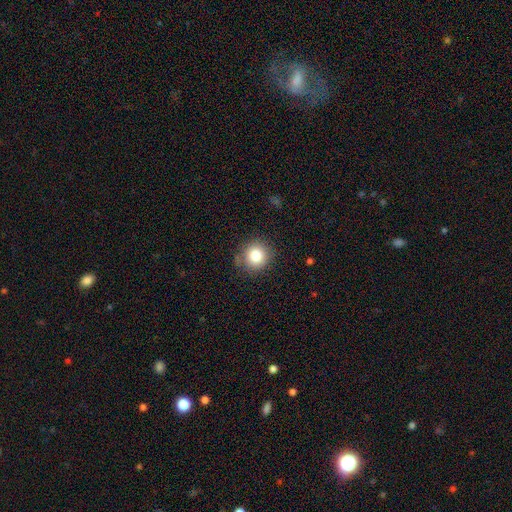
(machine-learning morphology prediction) Q: Smooth or featured?
A: smooth (82%); runner-up: star or artifact (11%)
Q: How rounded?
A: round (89%); runner-up: in between (10%)
Q: Merging?
A: none (83%); runner-up: minor disturbance (12%)